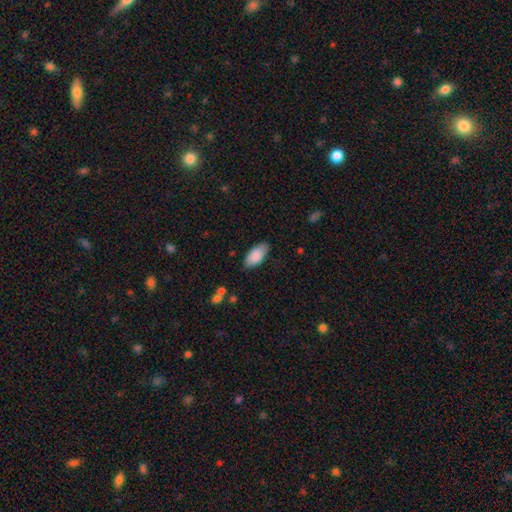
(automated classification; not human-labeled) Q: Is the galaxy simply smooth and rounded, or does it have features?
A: smooth — 87%.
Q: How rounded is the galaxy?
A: in between — 92%.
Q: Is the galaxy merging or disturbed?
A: none — 81%.